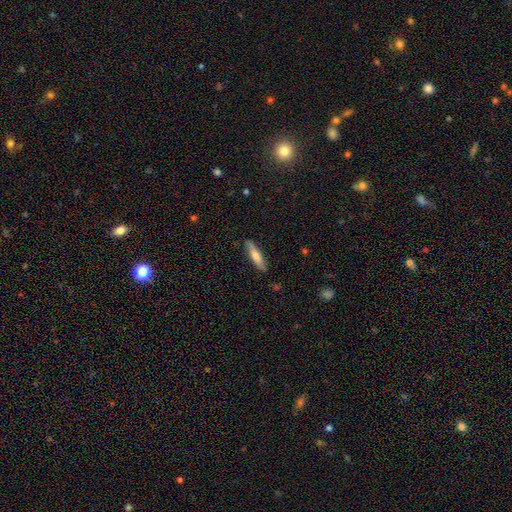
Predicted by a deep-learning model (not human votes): Q: Smooth or featured?
A: smooth (61%); runner-up: featured or disk (33%)
Q: How rounded?
A: cigar-shaped (79%); runner-up: in between (20%)
Q: Merging?
A: none (86%); runner-up: minor disturbance (11%)